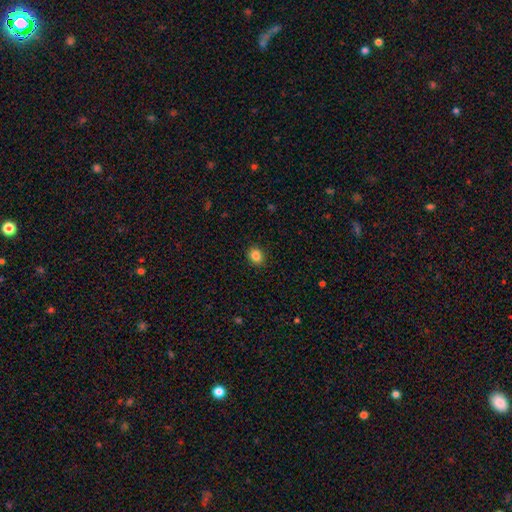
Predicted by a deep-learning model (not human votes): smooth_or_featured: smooth (p=0.85) [alt: star or artifact p=0.11]
how_rounded: round (p=0.64) [alt: in between p=0.35]
merging: none (p=0.91) [alt: minor disturbance p=0.07]